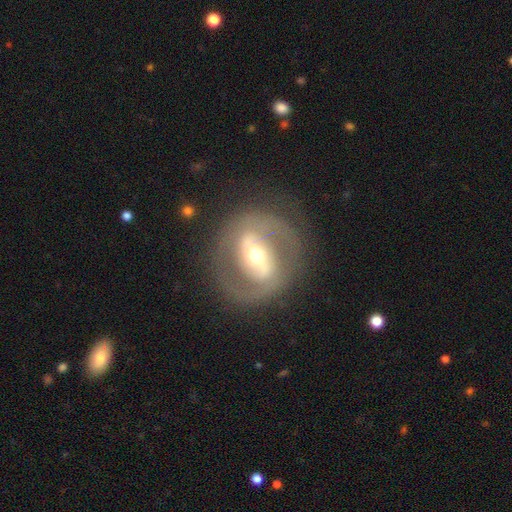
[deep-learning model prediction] This appears to be a featured or disk galaxy (79%) with a strong bar (52%), 2 (82%) medium (45%) spiral arms (67%) and a moderate central bulge (57%). Merging: none (79%).